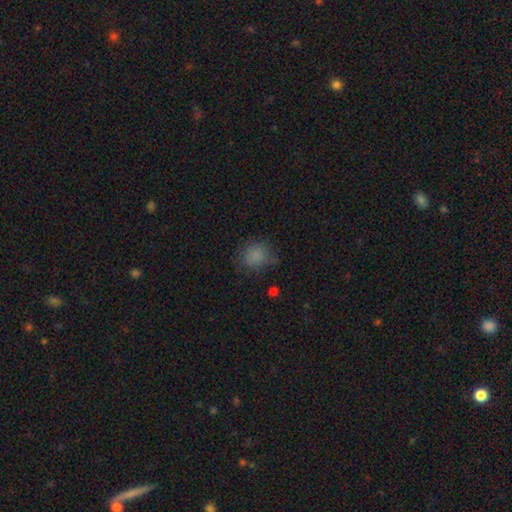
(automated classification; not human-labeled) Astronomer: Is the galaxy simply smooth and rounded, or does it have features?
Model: smooth — 82%.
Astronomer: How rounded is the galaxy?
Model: round — 73%.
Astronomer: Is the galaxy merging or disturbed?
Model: none — 72%.